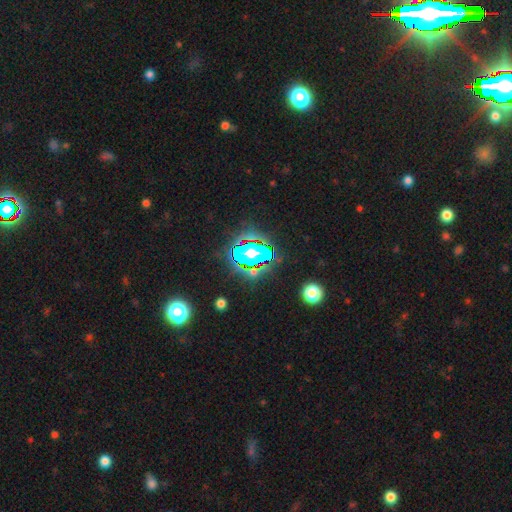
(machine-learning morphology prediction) This appears to be a star or artifact, not a galaxy (76%).